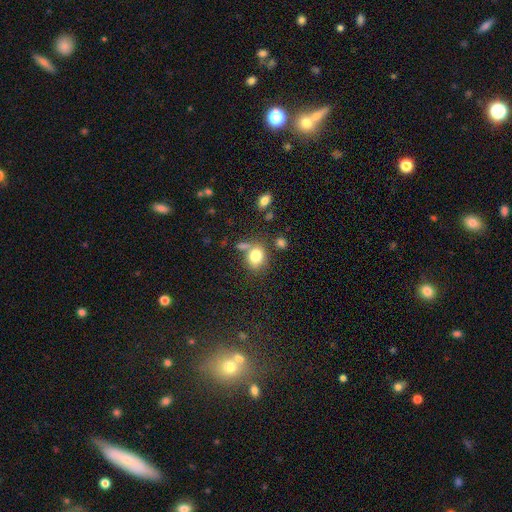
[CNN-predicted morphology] Smooth or featured? smooth (79%)
How rounded? round (56%)
Merging? none (59%)